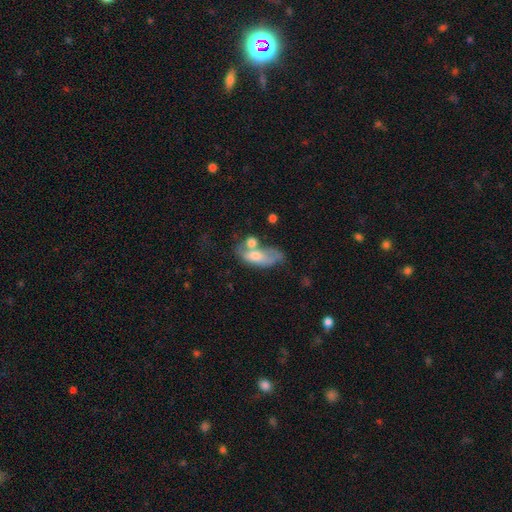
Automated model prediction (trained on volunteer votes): smooth 49%, featured or disk 42%, star or artifact 10%. Down the decision tree: merging — merger (35%).